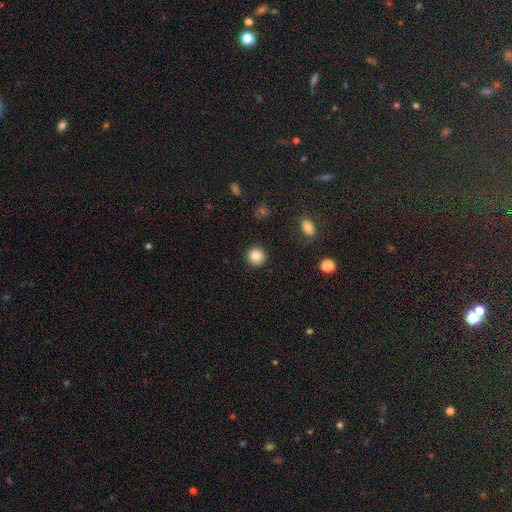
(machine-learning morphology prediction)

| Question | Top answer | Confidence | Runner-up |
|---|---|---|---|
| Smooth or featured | smooth | 83% | star or artifact (10%) |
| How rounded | round | 93% | in between (6%) |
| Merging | none | 92% | minor disturbance (5%) |